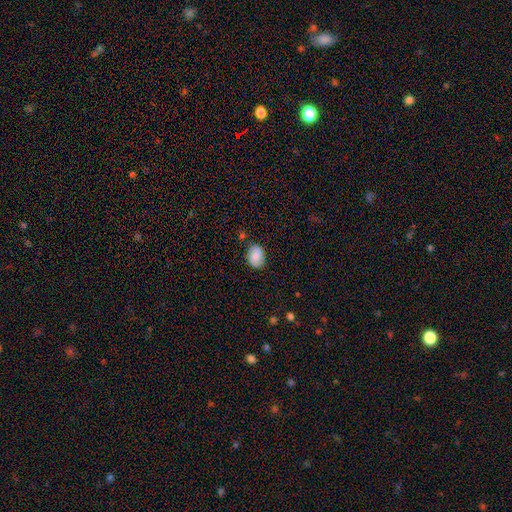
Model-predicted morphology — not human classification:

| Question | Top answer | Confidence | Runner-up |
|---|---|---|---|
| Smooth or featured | smooth | 82% | featured or disk (11%) |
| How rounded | in between | 74% | round (25%) |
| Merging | none | 79% | minor disturbance (16%) |